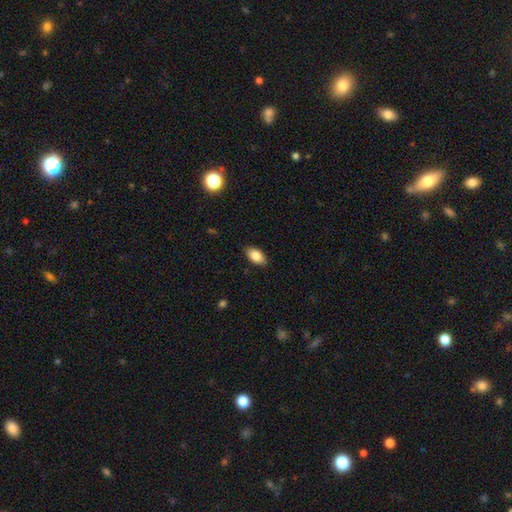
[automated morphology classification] type=smooth (86%); roundness=in between (92%); merging=none (87%).